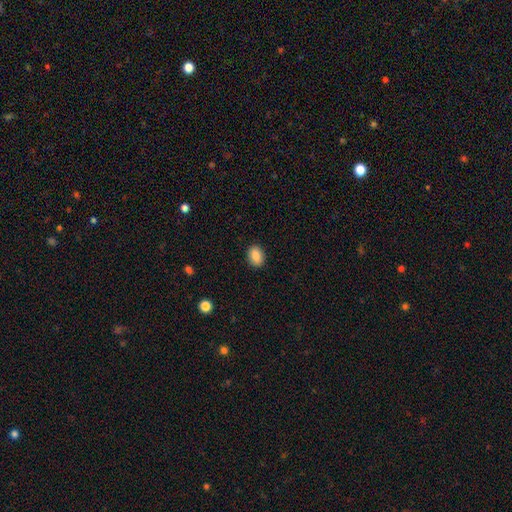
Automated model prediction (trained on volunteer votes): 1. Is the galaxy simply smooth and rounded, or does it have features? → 88% smooth, 8% star or artifact, 4% featured or disk.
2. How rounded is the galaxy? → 70% in between, 29% round, 1% cigar-shaped.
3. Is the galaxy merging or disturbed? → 89% none, 8% minor disturbance, 2% major disturbance, 1% merger.